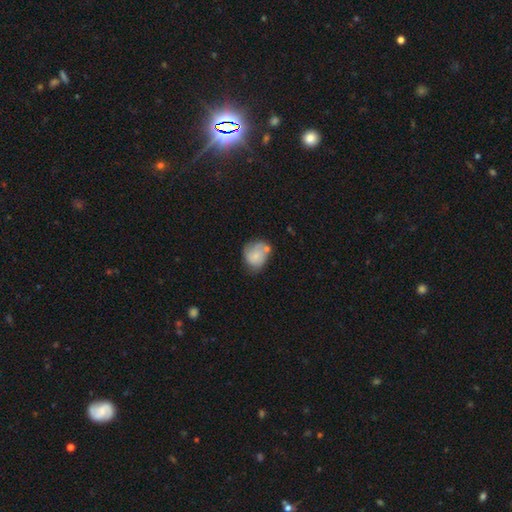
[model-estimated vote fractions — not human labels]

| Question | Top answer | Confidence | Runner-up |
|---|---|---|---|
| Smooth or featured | smooth | 70% | featured or disk (22%) |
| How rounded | round | 64% | in between (35%) |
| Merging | none | 43% | minor disturbance (27%) |